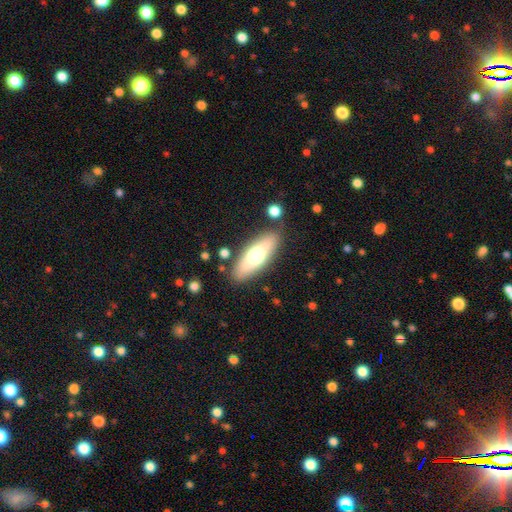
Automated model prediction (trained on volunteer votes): Smooth or featured? Predicted: smooth (p=0.60). How rounded? Predicted: in between (p=0.63). Merging? Predicted: none (p=0.82).